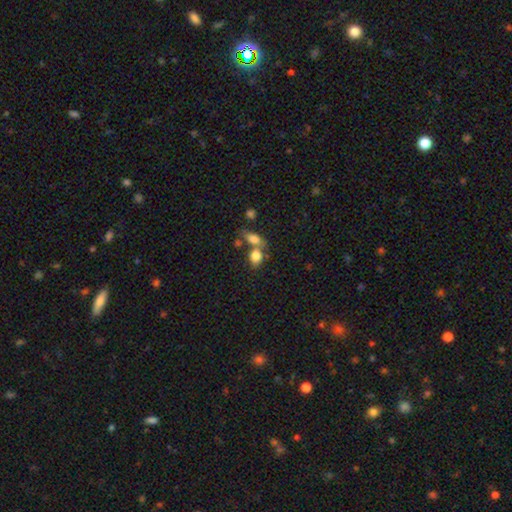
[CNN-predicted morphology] smooth_or_featured: smooth (p=0.80) [alt: featured or disk p=0.10]
how_rounded: in between (p=0.62) [alt: round p=0.35]
merging: merger (p=0.45) [alt: none p=0.39]